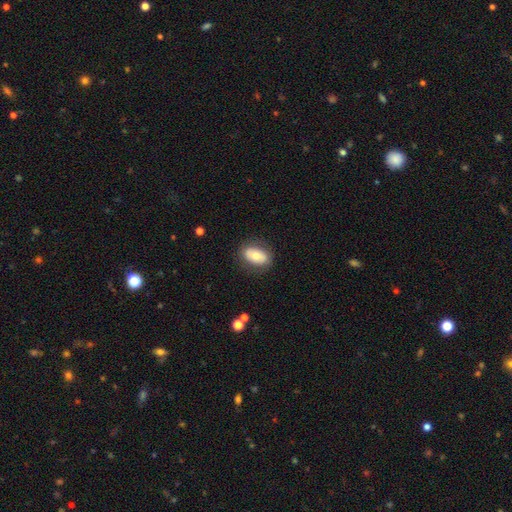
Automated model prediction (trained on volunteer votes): A smooth galaxy with no disk features (65%) that is in between round and cigar-shaped (87%).

Vote fractions:
- Smooth or featured? smooth: 65% / featured or disk: 28% / star or artifact: 7%
- How rounded? in between: 87% / round: 11% / cigar-shaped: 2%
- Merging? none: 81% / minor disturbance: 13% / major disturbance: 5% / merger: 1%